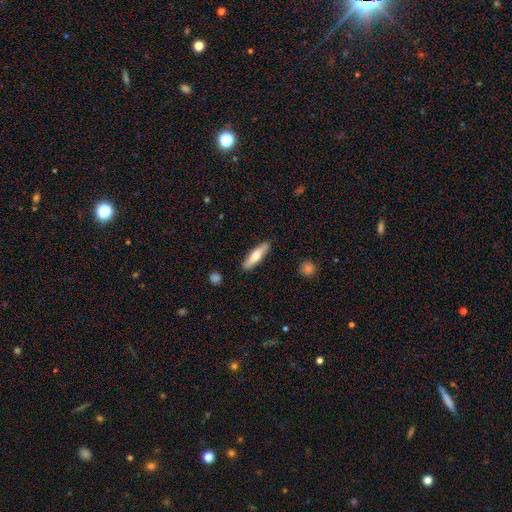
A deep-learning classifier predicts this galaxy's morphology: smooth_or_featured: smooth (p=0.58) [alt: featured or disk p=0.37]
how_rounded: cigar-shaped (p=0.71) [alt: in between p=0.27]
merging: none (p=0.88) [alt: minor disturbance p=0.09]